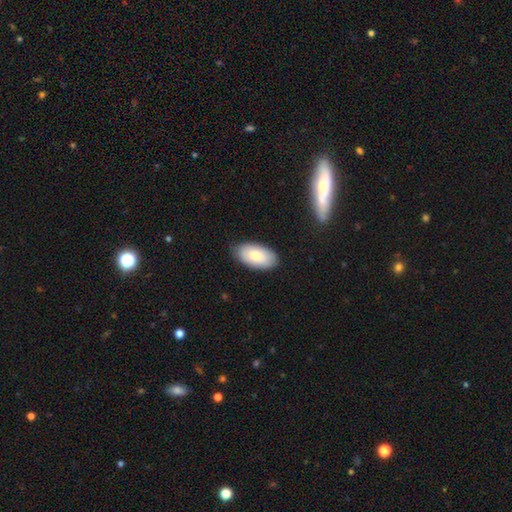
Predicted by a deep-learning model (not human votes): The model was most divided on "smooth or featured": smooth: 79%, featured or disk: 15%, star or artifact: 6%. More confident: how rounded — in between (95%); merging — none (84%).